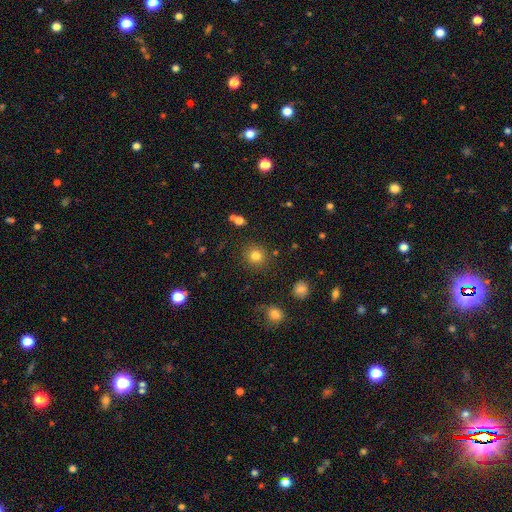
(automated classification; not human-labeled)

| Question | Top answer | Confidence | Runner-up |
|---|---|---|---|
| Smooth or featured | smooth | 81% | star or artifact (13%) |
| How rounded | round | 89% | in between (10%) |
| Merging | none | 85% | minor disturbance (8%) |